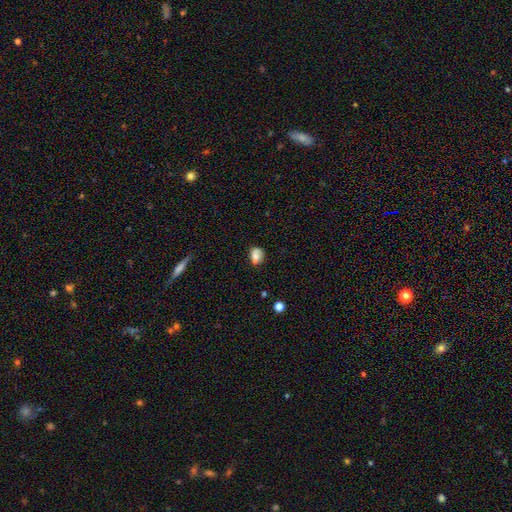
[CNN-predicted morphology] The model was most divided on "how rounded": in between: 54%, round: 44%, cigar-shaped: 2%. More confident: smooth or featured — smooth (66%); merging — none (53%).